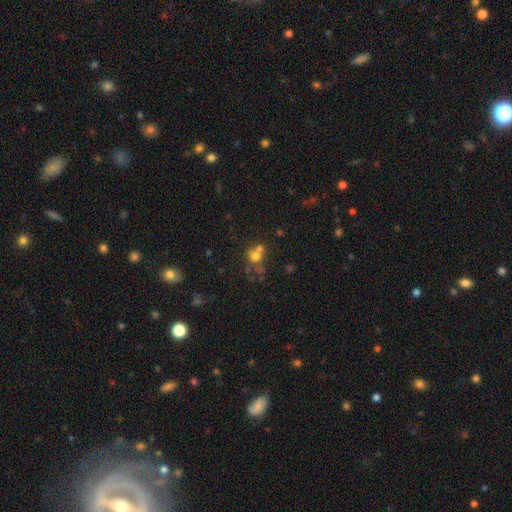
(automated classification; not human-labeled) The model was most divided on "merging": merger: 46%, none: 36%, minor disturbance: 10%, major disturbance: 8%. More confident: how rounded — round (78%); smooth or featured — smooth (66%).